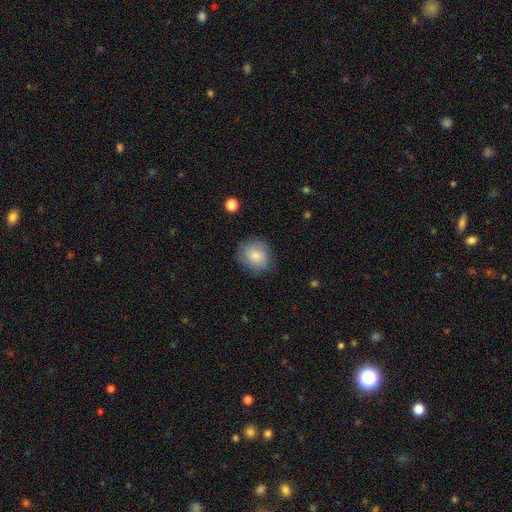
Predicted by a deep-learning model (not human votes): A smooth galaxy with no disk features (79%) that is round (77%). Merging: none (74%).